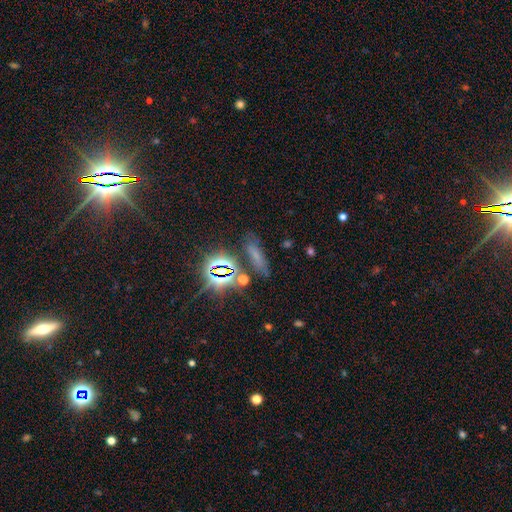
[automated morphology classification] smooth_or_featured: smooth (p=0.45) [alt: star or artifact p=0.39]
merging: none (p=0.71) [alt: minor disturbance p=0.15]